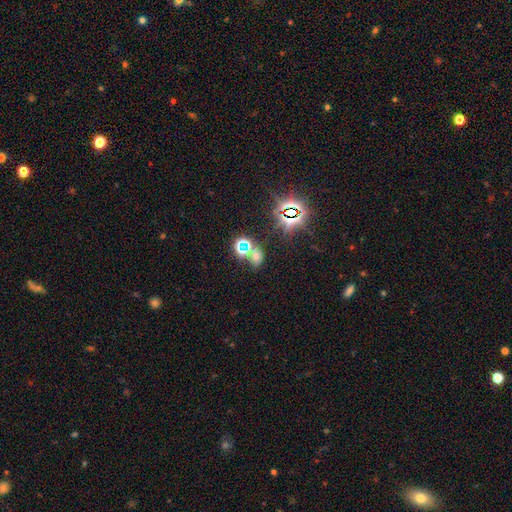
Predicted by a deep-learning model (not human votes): A star or artifact, not a galaxy (51%).